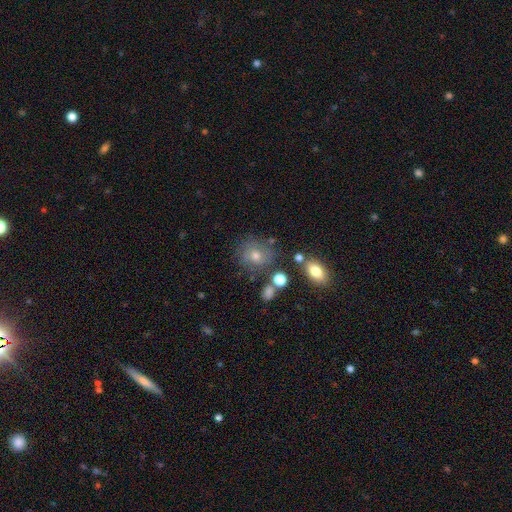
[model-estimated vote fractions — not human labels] smooth-or-featured: smooth: 59% | featured or disk: 23% | star or artifact: 17%
  how-rounded: round: 72% | in between: 27% | cigar-shaped: 1%
  merging: none: 69% | minor disturbance: 17% | merger: 8% | major disturbance: 7%